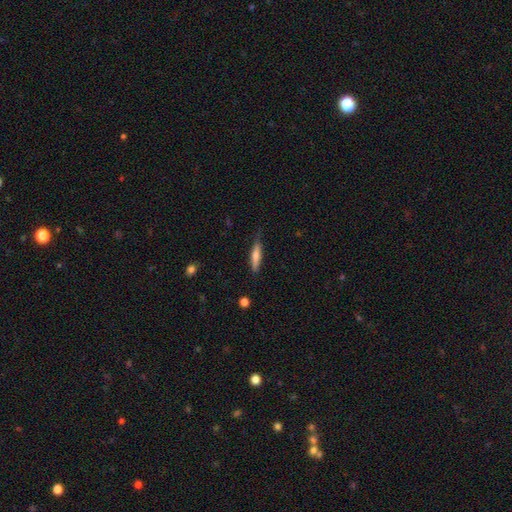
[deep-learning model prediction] smooth-or-featured: smooth: 64% | featured or disk: 30% | star or artifact: 6%
  how-rounded: cigar-shaped: 82% | in between: 16% | round: 2%
  merging: none: 76% | minor disturbance: 19% | major disturbance: 3% | merger: 1%